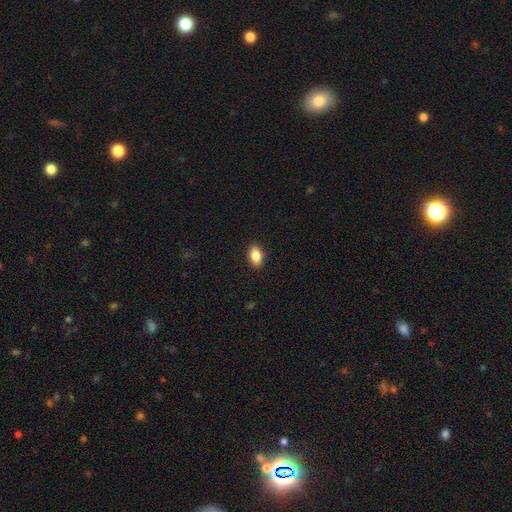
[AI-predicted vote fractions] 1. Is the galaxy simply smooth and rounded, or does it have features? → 84% smooth, 8% star or artifact, 8% featured or disk.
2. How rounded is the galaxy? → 87% in between, 10% round, 3% cigar-shaped.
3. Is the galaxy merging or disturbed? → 90% none, 8% minor disturbance, 2% major disturbance, 1% merger.